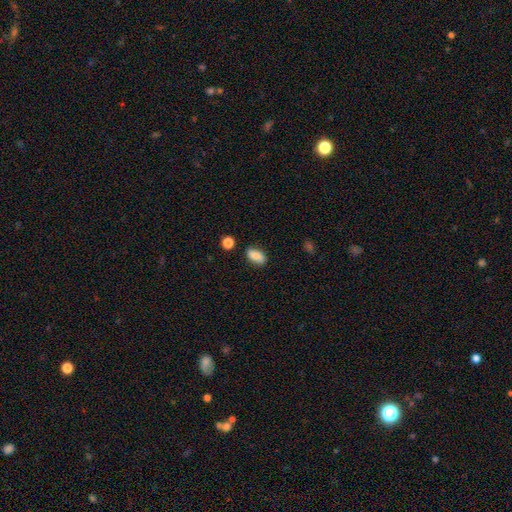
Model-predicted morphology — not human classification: smooth 85%, star or artifact 8%, featured or disk 7%. Down the decision tree: how rounded — in between (89%); merging — none (79%).